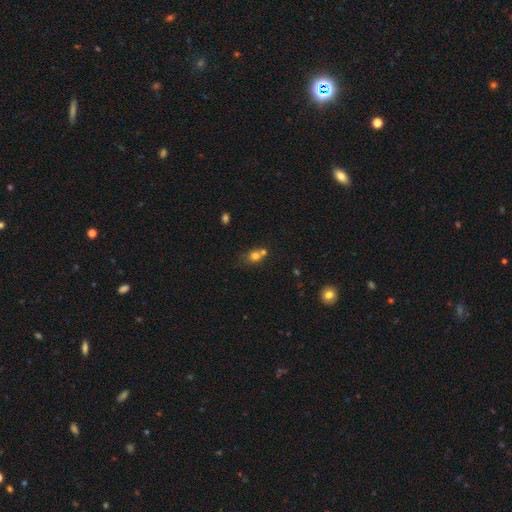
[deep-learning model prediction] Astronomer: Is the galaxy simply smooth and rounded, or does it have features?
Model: smooth — 74%.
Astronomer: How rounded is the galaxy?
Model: round — 67%.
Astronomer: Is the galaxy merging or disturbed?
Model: merger — 43% (runner-up: none, 42%).